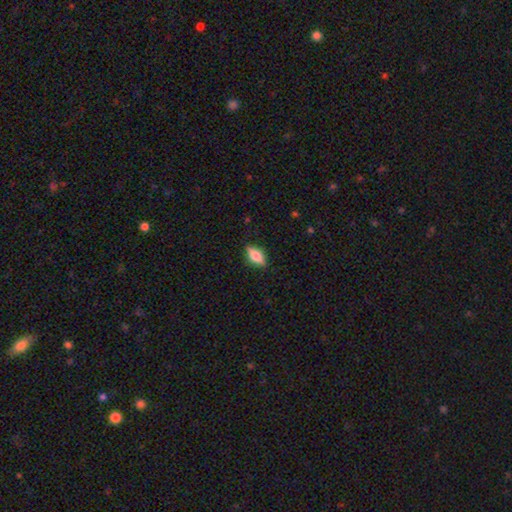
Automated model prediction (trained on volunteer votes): Morphology: type=smooth (59%); roundness=in between (77%); merging=none (85%).